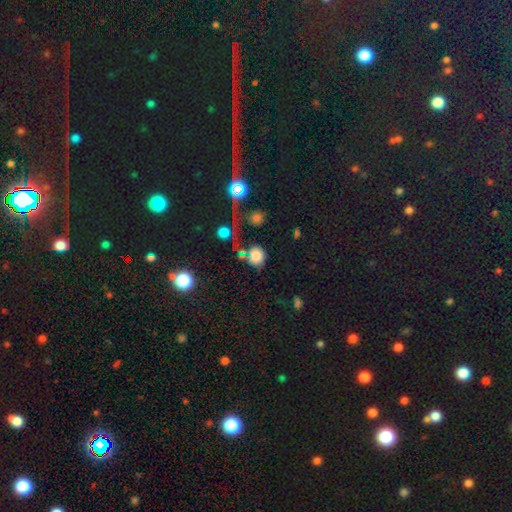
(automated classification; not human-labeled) Smooth or featured? Predicted: smooth (p=0.73). How rounded? Predicted: round (p=0.77). Merging? Predicted: none (p=0.47).